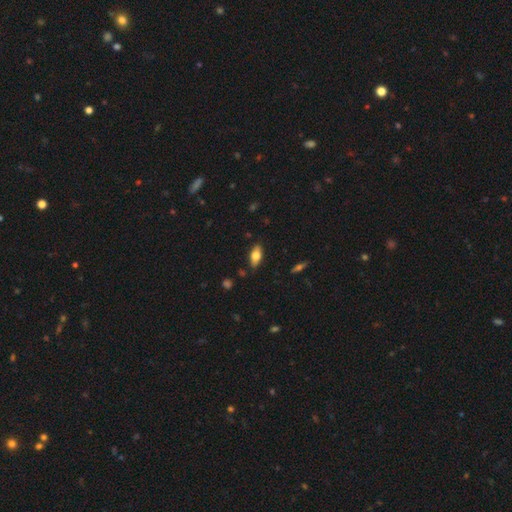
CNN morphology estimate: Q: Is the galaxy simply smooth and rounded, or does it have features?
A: smooth — 68%.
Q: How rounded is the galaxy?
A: in between — 85%.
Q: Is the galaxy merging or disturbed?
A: none — 85%.